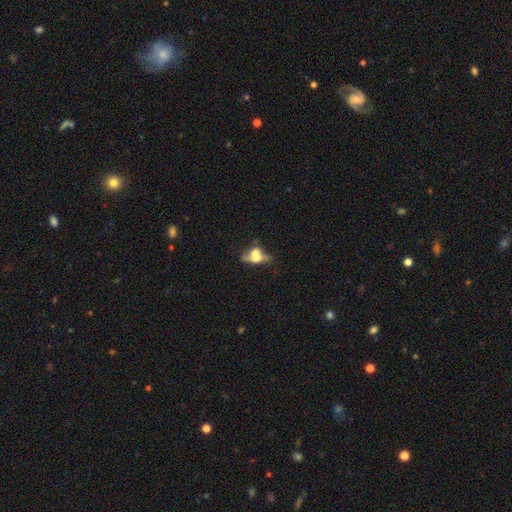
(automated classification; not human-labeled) Q: Smooth or featured?
A: smooth (46%); runner-up: featured or disk (42%)
Q: Merging?
A: merger (44%); runner-up: none (30%)